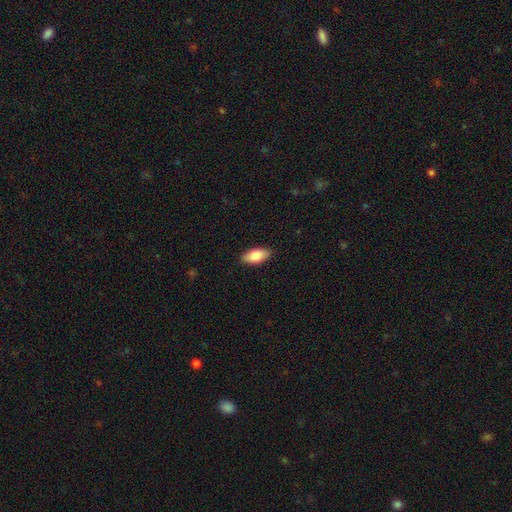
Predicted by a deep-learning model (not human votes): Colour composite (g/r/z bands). It shows a smooth galaxy with no disk features (83%) that is in between round and cigar-shaped (90%). Merging: none (89%).